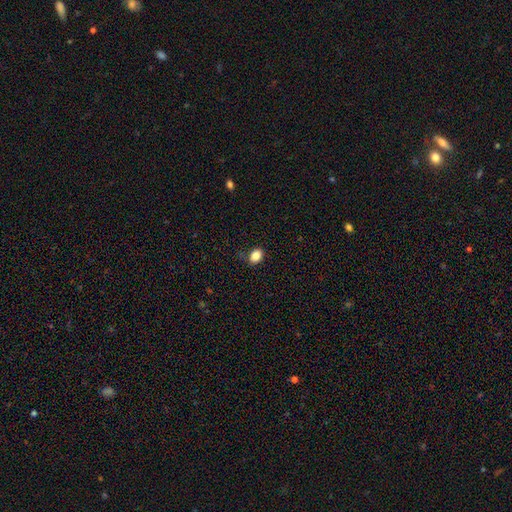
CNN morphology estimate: Smooth or featured? smooth (85%)
How rounded? in between (72%)
Merging? none (83%)